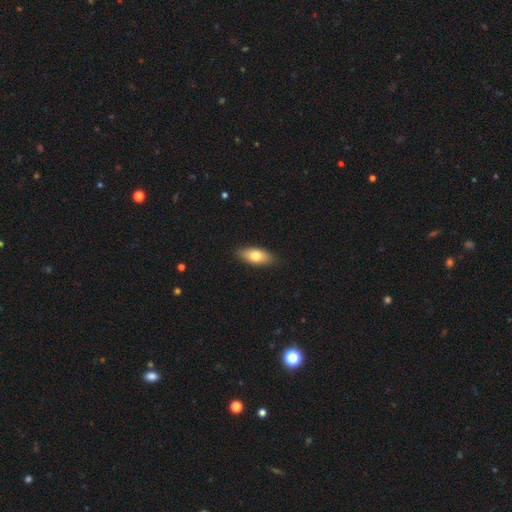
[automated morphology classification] smooth_or_featured: smooth (p=0.76) [alt: featured or disk p=0.17]
how_rounded: in between (p=0.85) [alt: cigar-shaped p=0.12]
merging: none (p=0.88) [alt: minor disturbance p=0.09]